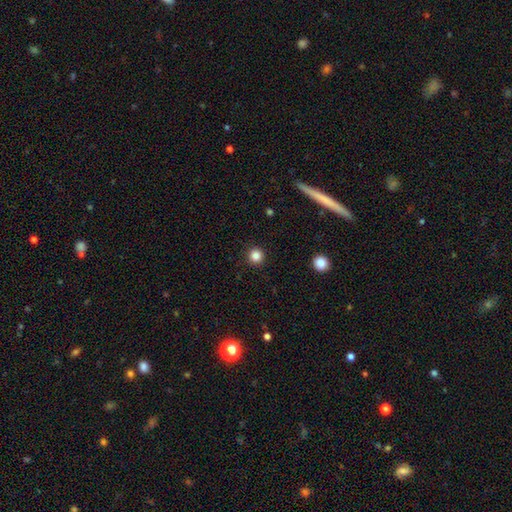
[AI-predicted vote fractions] A smooth galaxy with no disk features (84%) that is round (95%).

Vote fractions:
- Smooth or featured? smooth: 84% / star or artifact: 12% / featured or disk: 4%
- How rounded? round: 95% / in between: 4% / cigar-shaped: 1%
- Merging? none: 92% / minor disturbance: 5% / major disturbance: 2% / merger: 1%